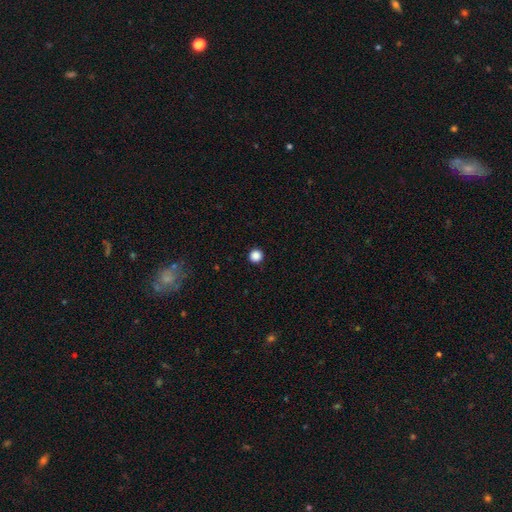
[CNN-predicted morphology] smooth-or-featured: smooth: 87% | star or artifact: 10% | featured or disk: 2%
  how-rounded: round: 96% | in between: 3% | cigar-shaped: 1%
  merging: none: 94% | minor disturbance: 4% | major disturbance: 1% | merger: 1%